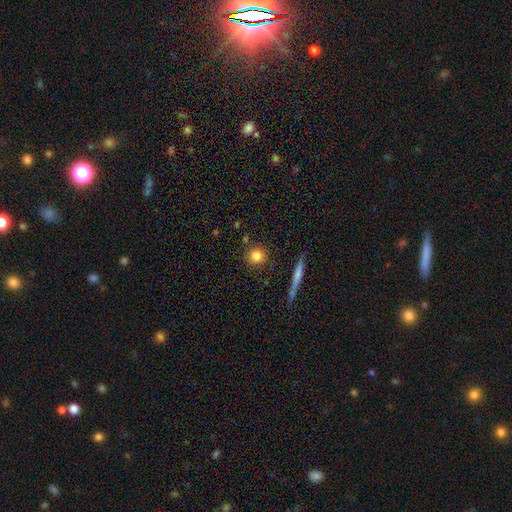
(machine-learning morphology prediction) Q: Smooth or featured?
A: smooth (81%); runner-up: star or artifact (10%)
Q: How rounded?
A: round (89%); runner-up: in between (8%)
Q: Merging?
A: none (84%); runner-up: minor disturbance (8%)